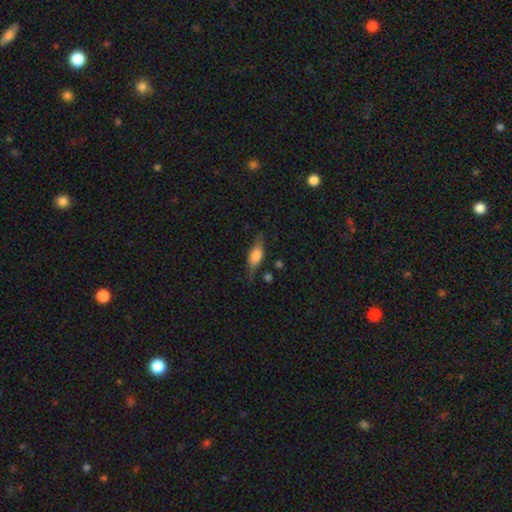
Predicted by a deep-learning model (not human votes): Smooth or featured? smooth (56%)
How rounded? in between (66%)
Merging? none (68%)